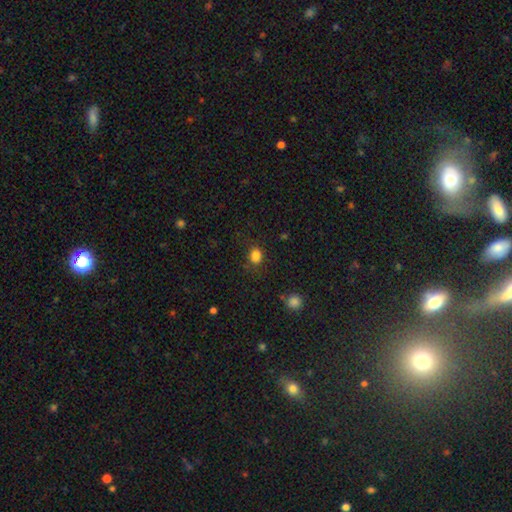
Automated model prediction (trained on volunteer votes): Overall: smooth (83%). How rounded: round (50%; in between 49%). Merging: none (75%).